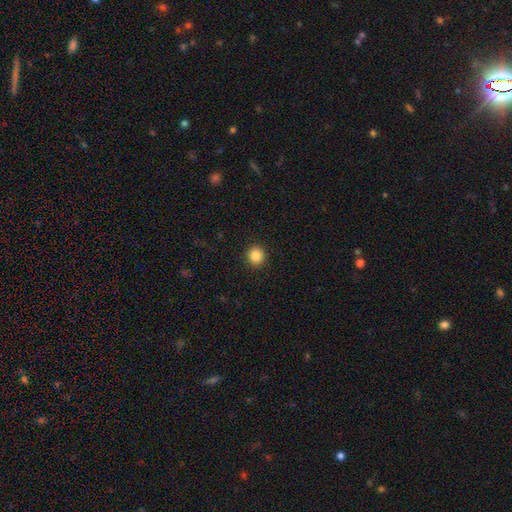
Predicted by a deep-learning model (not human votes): Smooth or featured? smooth (86%)
How rounded? round (91%)
Merging? none (93%)